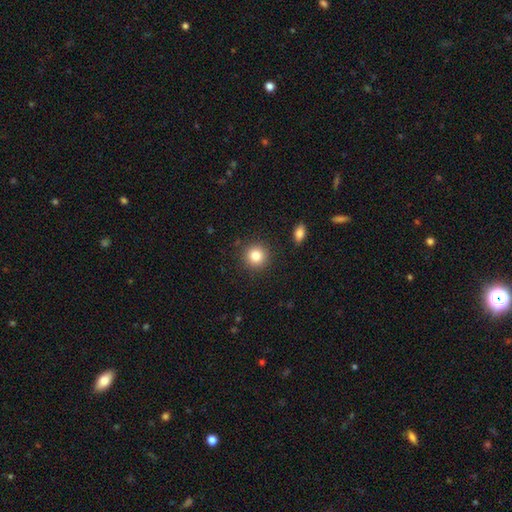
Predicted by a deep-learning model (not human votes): smooth 83%, star or artifact 10%, featured or disk 7%. Down the decision tree: how rounded — round (92%); merging — none (89%).